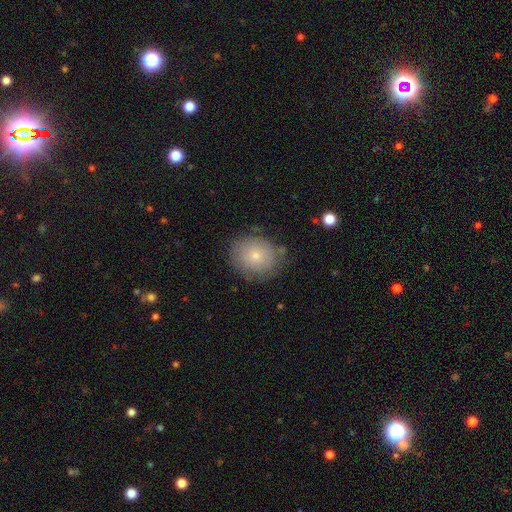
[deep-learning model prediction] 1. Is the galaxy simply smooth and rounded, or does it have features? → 72% smooth, 19% featured or disk, 9% star or artifact.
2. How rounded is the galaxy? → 69% round, 30% in between, 1% cigar-shaped.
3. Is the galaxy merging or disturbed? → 74% none, 18% minor disturbance, 5% major disturbance, 2% merger.